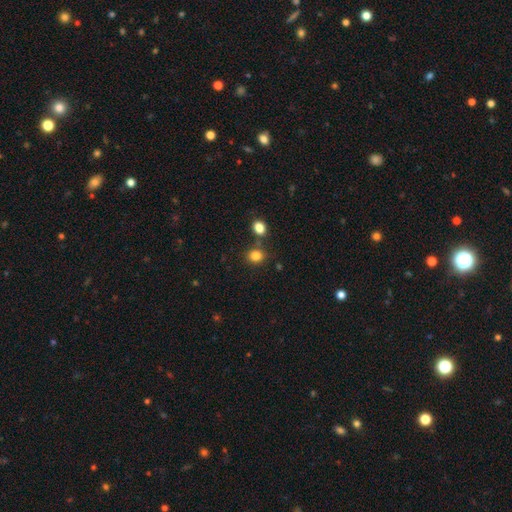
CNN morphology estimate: A smooth galaxy with no disk features (83%) that is round (69%).

Vote fractions:
- Smooth or featured? smooth: 83% / star or artifact: 12% / featured or disk: 5%
- How rounded? round: 69% / in between: 30% / cigar-shaped: 1%
- Merging? none: 71% / merger: 14% / minor disturbance: 11% / major disturbance: 4%